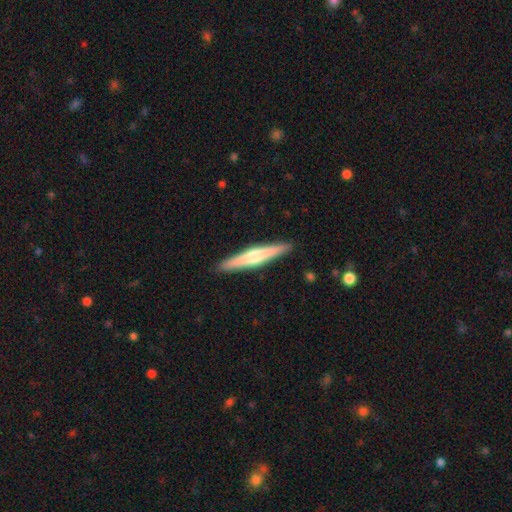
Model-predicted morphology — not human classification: smooth_or_featured: featured or disk (p=0.56) [alt: smooth p=0.39]
disk_edge_on: yes (p=0.97) [alt: no p=0.03]
edge_on_bulge: rounded (p=0.77) [alt: none p=0.13]
merging: none (p=0.92) [alt: minor disturbance p=0.06]